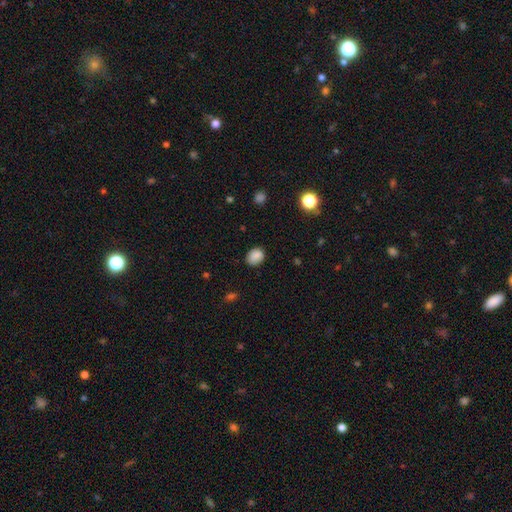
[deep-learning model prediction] The model was most divided on "how rounded": round: 50%, in between: 49%, cigar-shaped: 1%. More confident: smooth or featured — smooth (86%); merging — none (80%).